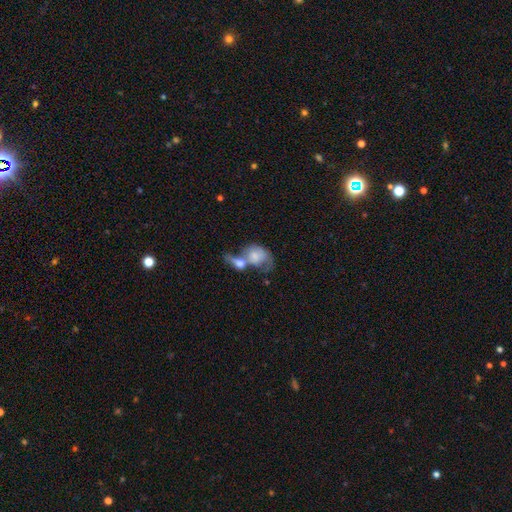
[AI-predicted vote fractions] Overall: smooth (57%; featured or disk 35%). How rounded: in between (66%; round 32%). Merging: merger (66%).